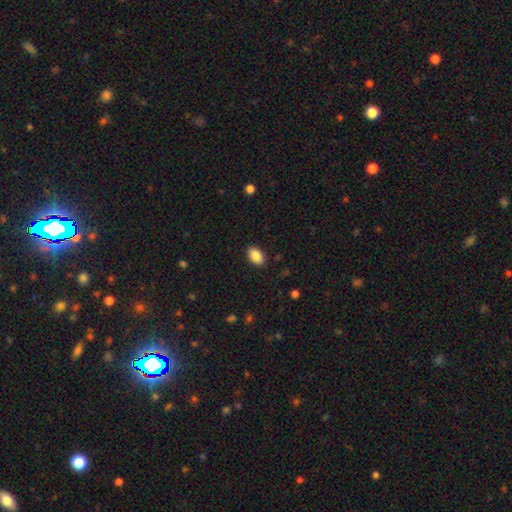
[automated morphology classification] This appears to be a smooth galaxy with no disk features (88%) that is in between round and cigar-shaped (91%). Merging: none (88%).